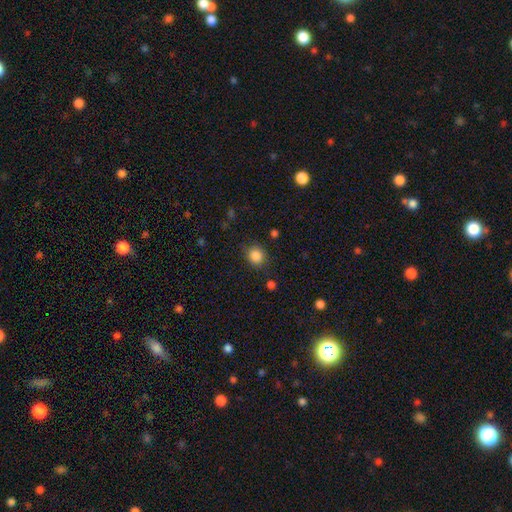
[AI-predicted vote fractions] The model was most divided on "how rounded": round: 80%, in between: 19%, cigar-shaped: 1%. More confident: smooth or featured — smooth (86%); merging — none (84%).